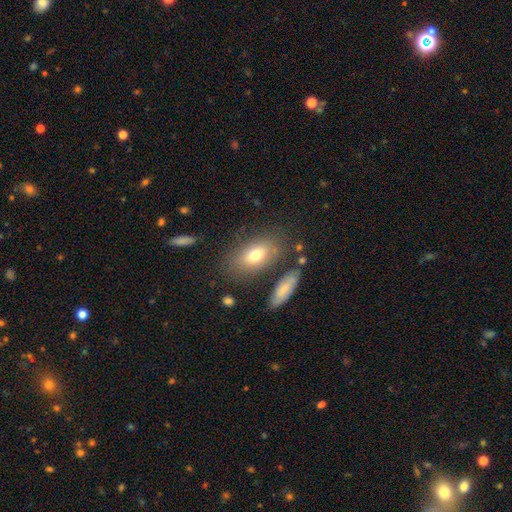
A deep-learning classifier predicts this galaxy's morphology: This appears to be a smooth galaxy with no disk features (73%) that is in between round and cigar-shaped (84%). Merging: none (73%).